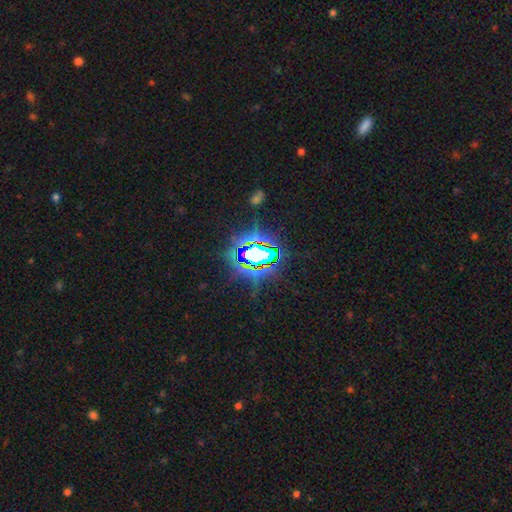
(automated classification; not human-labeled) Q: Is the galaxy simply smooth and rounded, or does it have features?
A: star or artifact — 74%.